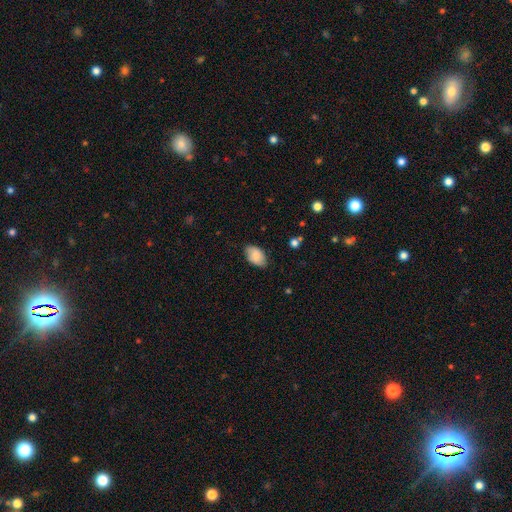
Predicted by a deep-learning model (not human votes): smooth 83%, featured or disk 10%, star or artifact 7%. Down the decision tree: how rounded — in between (93%); merging — none (80%).